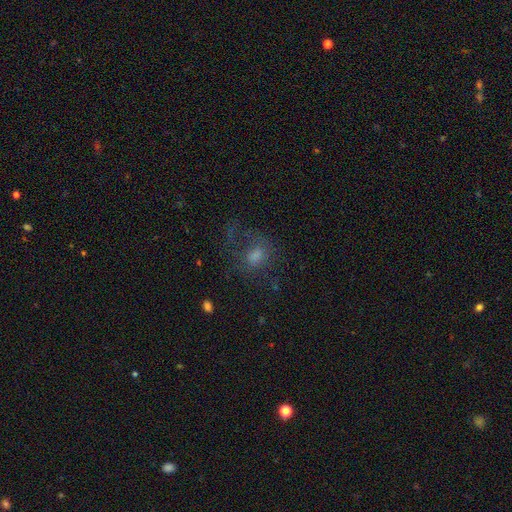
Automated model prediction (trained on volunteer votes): Smooth or featured? smooth (54%)
How rounded? in between (51%)
Merging? none (40%)